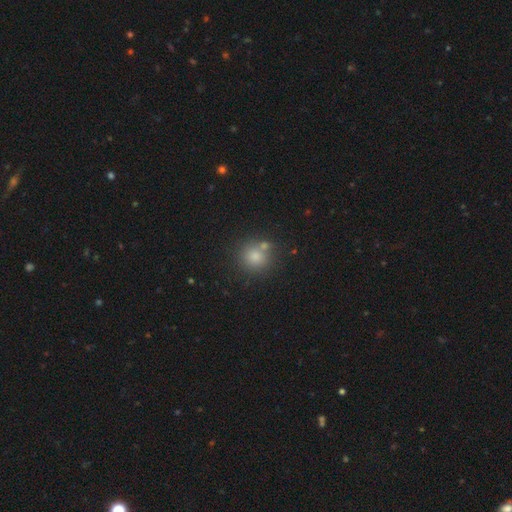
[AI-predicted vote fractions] Smooth or featured? smooth (78%)
How rounded? round (90%)
Merging? none (70%)